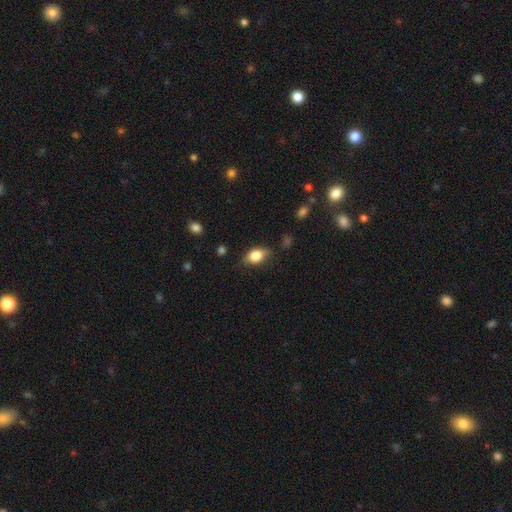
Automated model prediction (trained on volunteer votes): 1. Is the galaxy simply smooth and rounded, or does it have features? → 80% smooth, 12% featured or disk, 8% star or artifact.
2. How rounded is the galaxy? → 83% in between, 13% round, 3% cigar-shaped.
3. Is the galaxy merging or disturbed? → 77% none, 18% minor disturbance, 4% major disturbance, 1% merger.